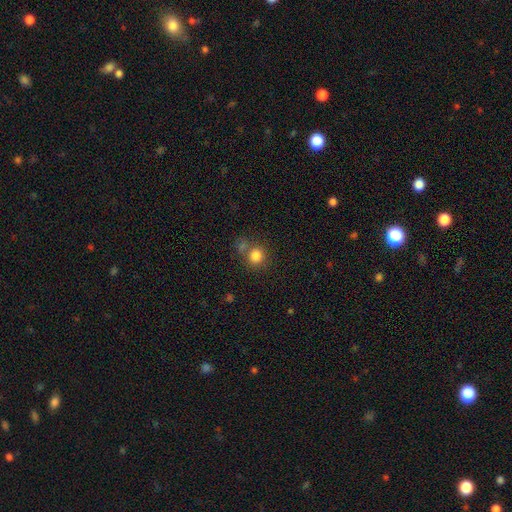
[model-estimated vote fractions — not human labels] Q: Smooth or featured?
A: smooth (82%); runner-up: star or artifact (11%)
Q: How rounded?
A: round (83%); runner-up: in between (16%)
Q: Merging?
A: none (61%); runner-up: merger (21%)